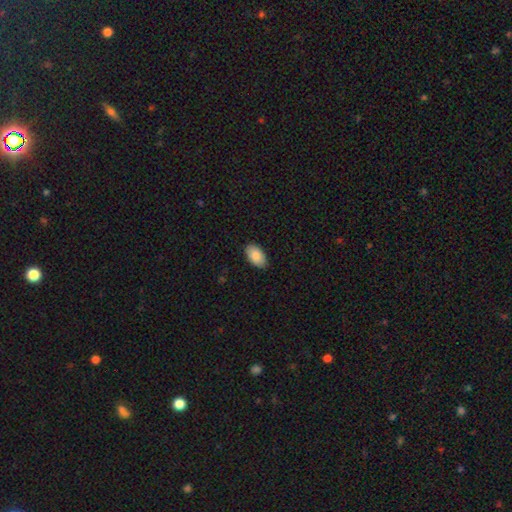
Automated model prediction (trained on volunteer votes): The model was most divided on "merging": none: 88%, minor disturbance: 9%, major disturbance: 2%, merger: 1%. More confident: how rounded — in between (95%); smooth or featured — smooth (88%).